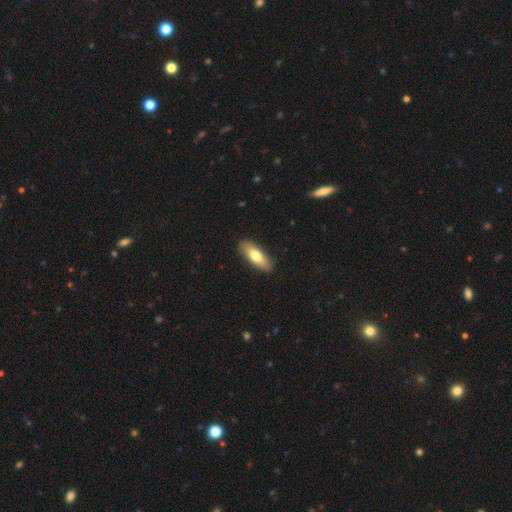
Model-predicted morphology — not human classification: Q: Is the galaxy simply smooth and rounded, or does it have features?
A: smooth — 74%.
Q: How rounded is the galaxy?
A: in between — 67%.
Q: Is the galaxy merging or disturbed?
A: none — 89%.